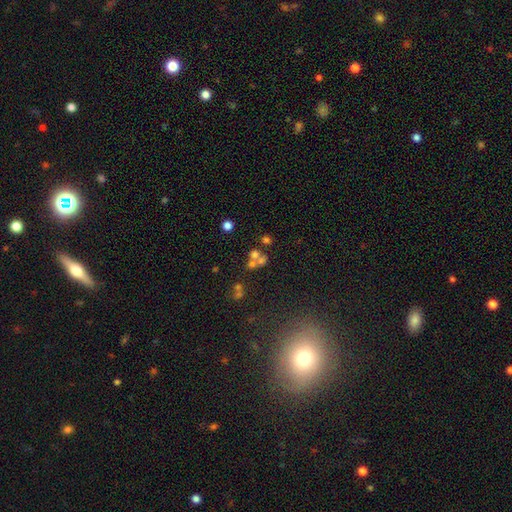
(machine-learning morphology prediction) smooth_or_featured: smooth (p=0.46) [alt: star or artifact p=0.31]
merging: merger (p=0.46) [alt: none p=0.41]